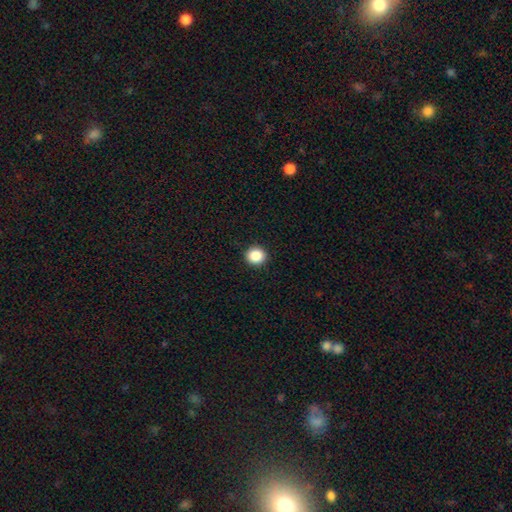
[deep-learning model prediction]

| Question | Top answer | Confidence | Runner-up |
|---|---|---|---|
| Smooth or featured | smooth | 88% | star or artifact (9%) |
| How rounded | round | 92% | in between (7%) |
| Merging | none | 93% | minor disturbance (5%) |